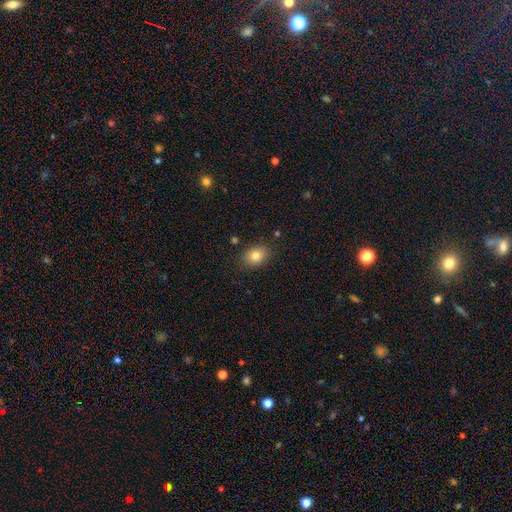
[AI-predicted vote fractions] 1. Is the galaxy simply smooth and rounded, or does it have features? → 80% smooth, 10% star or artifact, 10% featured or disk.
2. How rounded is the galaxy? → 67% in between, 32% round, 1% cigar-shaped.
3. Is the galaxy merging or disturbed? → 85% none, 11% minor disturbance, 3% major disturbance, 2% merger.